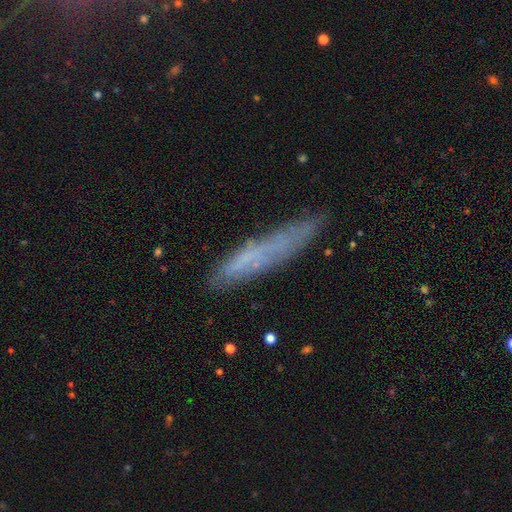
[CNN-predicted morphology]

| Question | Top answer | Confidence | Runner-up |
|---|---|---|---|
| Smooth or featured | smooth | 53% | featured or disk (35%) |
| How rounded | cigar-shaped | 90% | in between (8%) |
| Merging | none | 74% | minor disturbance (19%) |